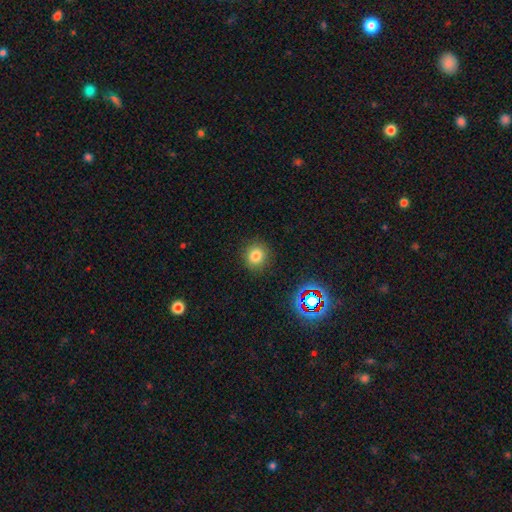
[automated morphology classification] type=smooth (79%); roundness=round (86%); merging=none (89%).